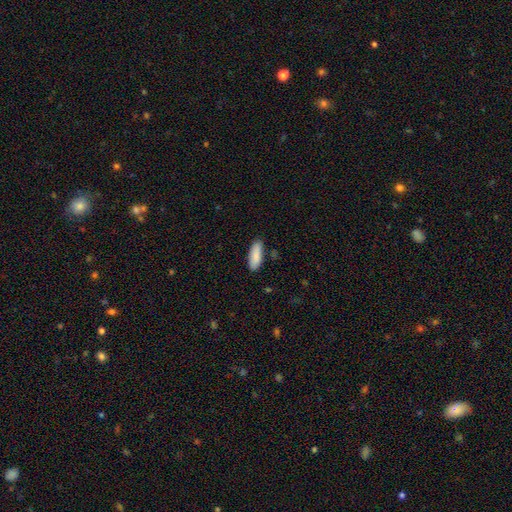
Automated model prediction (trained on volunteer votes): A smooth galaxy with no disk features (88%) that is in between round and cigar-shaped (65%). Merging: none (83%).